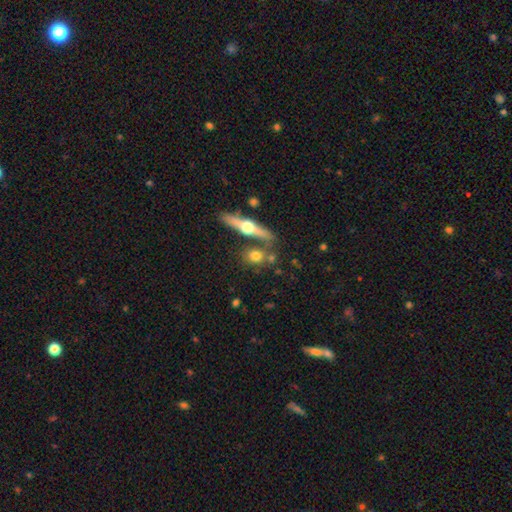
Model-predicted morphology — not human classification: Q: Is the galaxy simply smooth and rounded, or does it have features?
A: smooth — 59%.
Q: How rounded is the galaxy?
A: round — 51%.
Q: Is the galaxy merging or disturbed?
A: none — 66%.